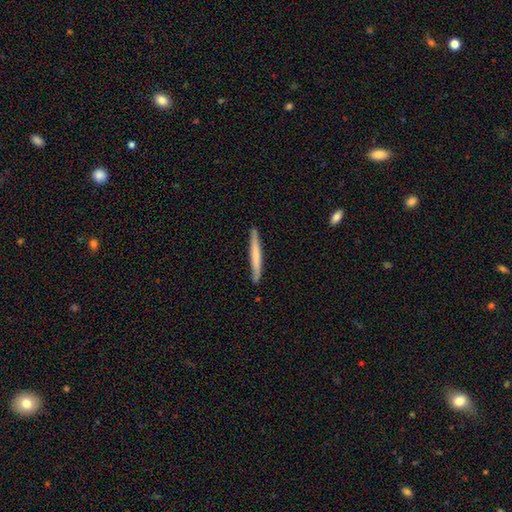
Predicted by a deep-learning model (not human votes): Morphology: type=smooth (59%); roundness=cigar-shaped (97%); merging=none (87%).